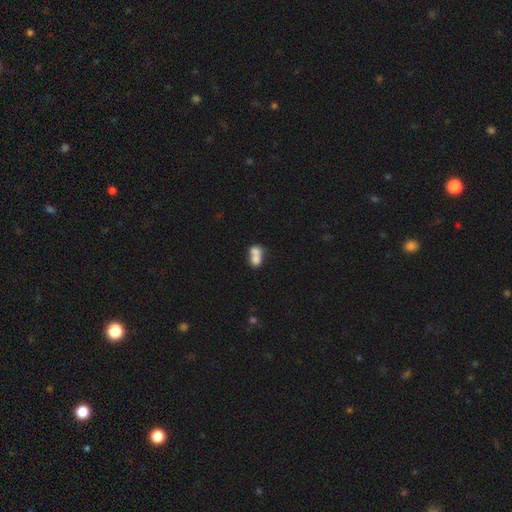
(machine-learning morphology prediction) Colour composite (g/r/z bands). It shows a smooth galaxy with no disk features (72%) that is in between round and cigar-shaped (61%). Merging: merger (71%).